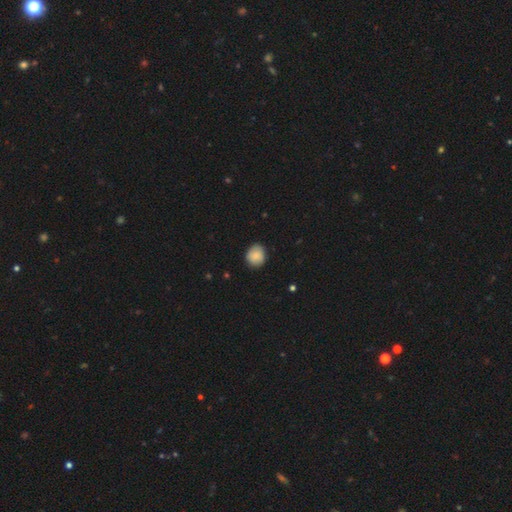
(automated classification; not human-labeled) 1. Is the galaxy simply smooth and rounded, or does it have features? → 86% smooth, 7% star or artifact, 6% featured or disk.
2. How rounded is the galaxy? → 73% round, 26% in between, 1% cigar-shaped.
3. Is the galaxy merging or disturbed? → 84% none, 13% minor disturbance, 2% major disturbance, 1% merger.